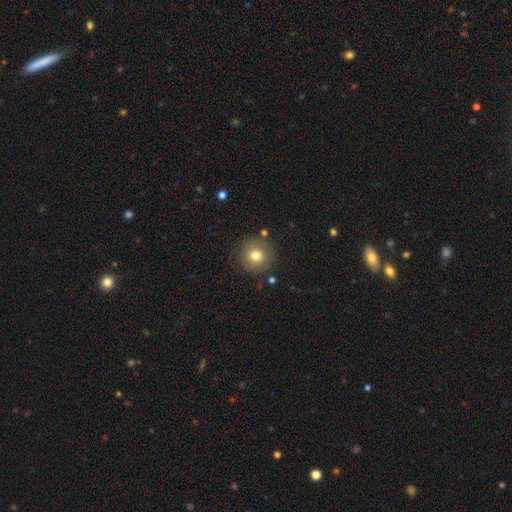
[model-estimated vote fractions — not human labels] This is likely a smooth galaxy (77%). How rounded: clearly round (94%). Merging: clearly none (86%).